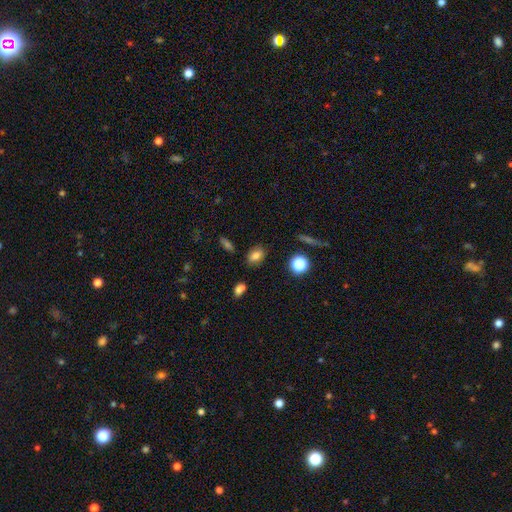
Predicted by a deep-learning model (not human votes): smooth_or_featured: smooth (p=0.78) [alt: star or artifact p=0.12]
how_rounded: in between (p=0.76) [alt: round p=0.22]
merging: none (p=0.82) [alt: minor disturbance p=0.11]